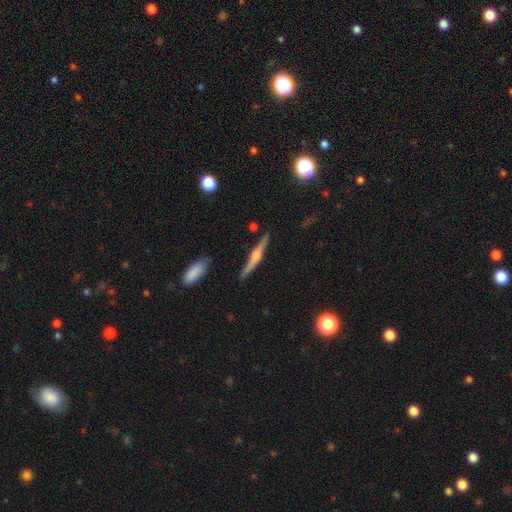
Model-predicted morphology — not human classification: Smooth or featured? featured or disk (76%)
Edge-on disk? yes (98%)
Edge-on bulge? rounded (90%)
Merging? none (89%)